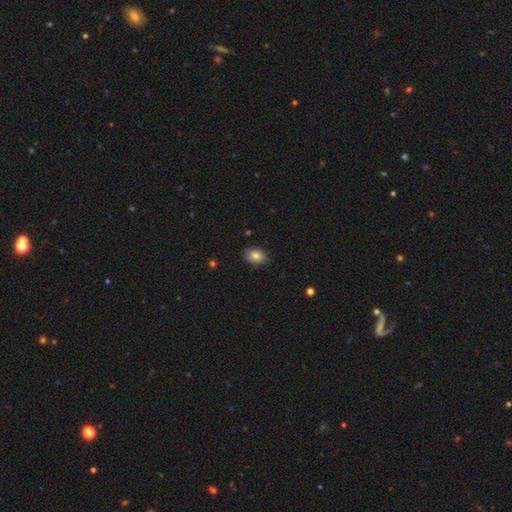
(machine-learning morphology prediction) Q: Smooth or featured?
A: smooth (84%); runner-up: star or artifact (9%)
Q: How rounded?
A: in between (72%); runner-up: round (26%)
Q: Merging?
A: none (85%); runner-up: minor disturbance (12%)